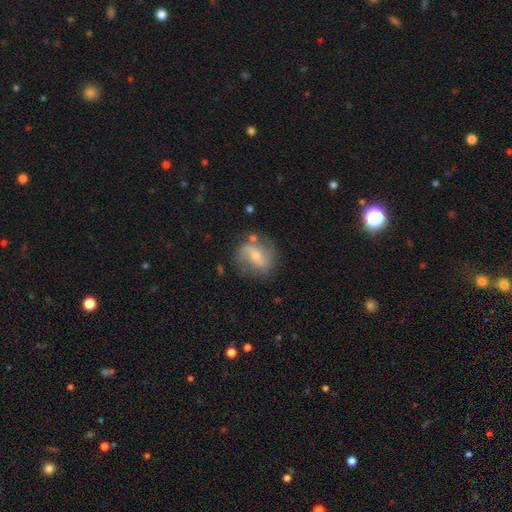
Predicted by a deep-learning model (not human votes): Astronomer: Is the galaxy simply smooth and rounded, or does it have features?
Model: featured or disk — 63%.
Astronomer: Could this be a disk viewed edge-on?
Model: no — 95%.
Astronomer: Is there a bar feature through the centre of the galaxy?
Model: weak — 40% (runner-up: no, 36%).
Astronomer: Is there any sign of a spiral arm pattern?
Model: yes — 82%.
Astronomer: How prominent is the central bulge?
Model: small — 52% (runner-up: moderate, 42%).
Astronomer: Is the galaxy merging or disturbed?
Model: none — 67%.